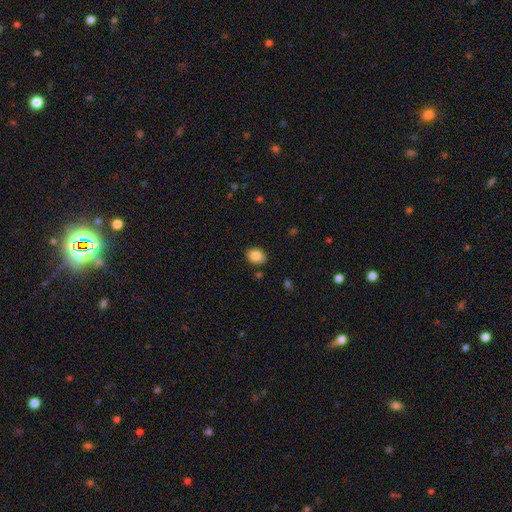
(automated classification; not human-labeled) The model was most divided on "how rounded": in between: 60%, round: 39%, cigar-shaped: 1%. More confident: merging — none (87%); smooth or featured — smooth (85%).